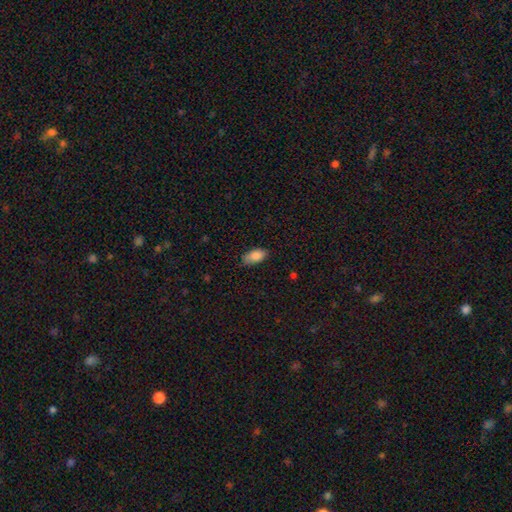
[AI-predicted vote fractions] Smooth or featured?
  - smooth: 86% *
  - star or artifact: 7%
  - featured or disk: 7%
How rounded?
  - in between: 92% *
  - cigar-shaped: 5%
  - round: 3%
Merging?
  - none: 75% *
  - minor disturbance: 20%
  - major disturbance: 3%
  - merger: 1%